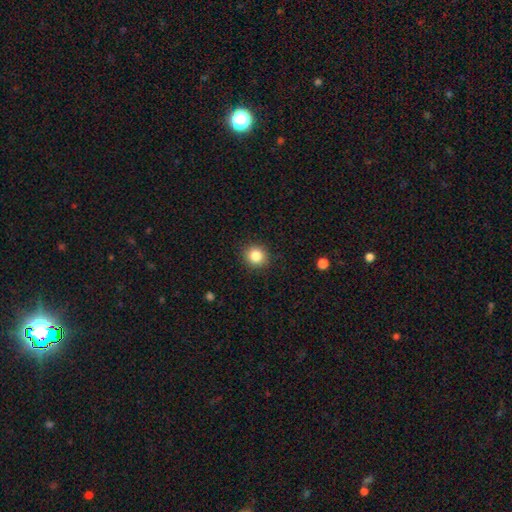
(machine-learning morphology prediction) Overall: smooth (84%). How rounded: round (89%). Merging: none (91%).